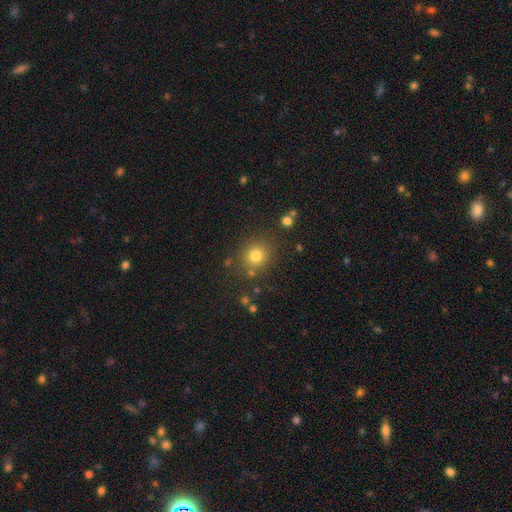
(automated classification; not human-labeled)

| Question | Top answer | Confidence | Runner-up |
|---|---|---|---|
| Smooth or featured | smooth | 79% | star or artifact (14%) |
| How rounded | round | 89% | in between (10%) |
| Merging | none | 83% | minor disturbance (9%) |